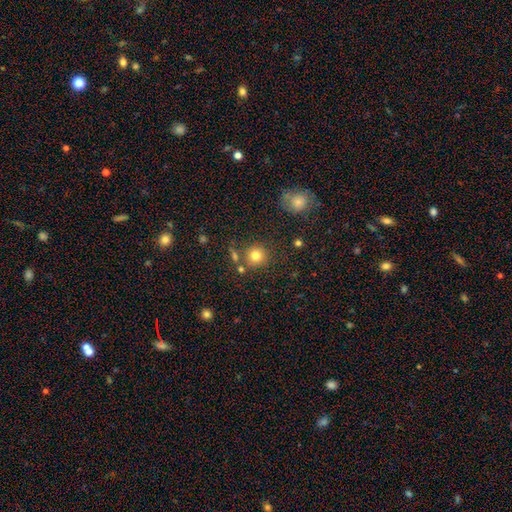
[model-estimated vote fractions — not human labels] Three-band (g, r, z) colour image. It shows a smooth galaxy with no disk features (79%) that is round (91%). Merging: none (77%).